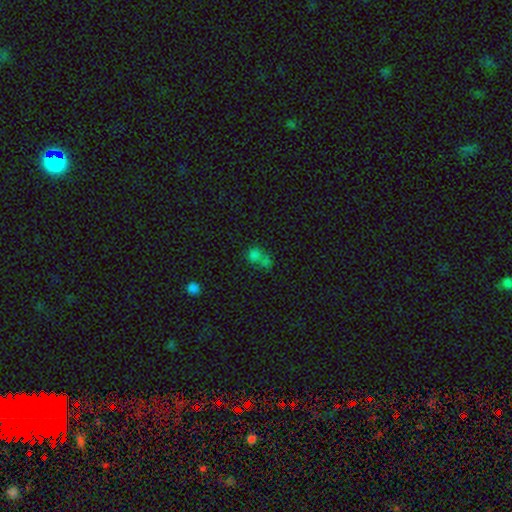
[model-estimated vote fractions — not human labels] Smooth or featured: smooth — 66% (star or artifact — 22%)
How rounded: round — 71% (in between — 27%)
Merging: merger — 54% (none — 31%)